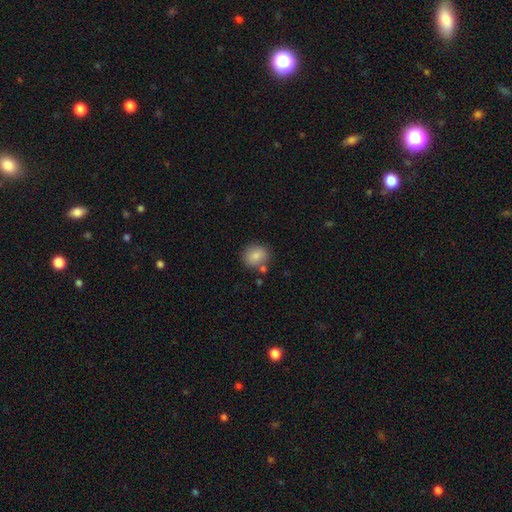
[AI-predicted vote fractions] Smooth or featured: smooth — 83% (star or artifact — 9%)
How rounded: round — 74% (in between — 25%)
Merging: none — 76% (minor disturbance — 12%)